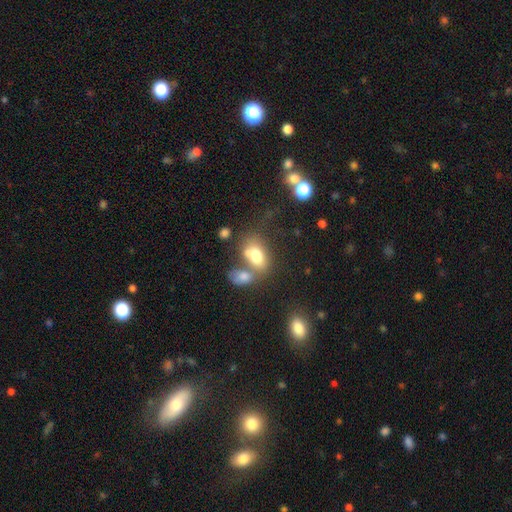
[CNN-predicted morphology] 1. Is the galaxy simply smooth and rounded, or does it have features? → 71% smooth, 18% featured or disk, 10% star or artifact.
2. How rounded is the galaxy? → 81% in between, 17% round, 2% cigar-shaped.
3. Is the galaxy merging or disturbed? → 45% merger, 33% none, 13% minor disturbance, 9% major disturbance.